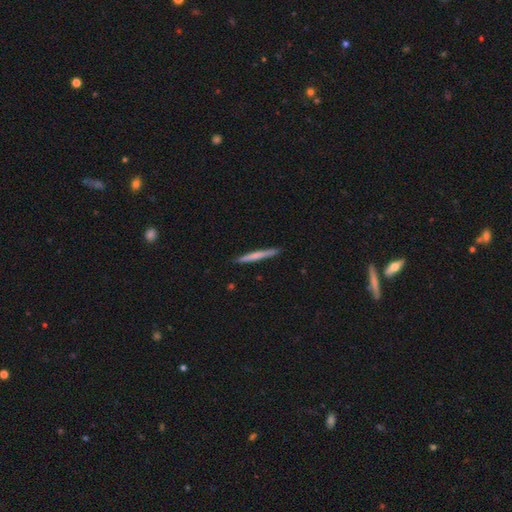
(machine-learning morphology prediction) smooth_or_featured: smooth (p=0.61) [alt: featured or disk p=0.33]
how_rounded: cigar-shaped (p=0.97) [alt: in between p=0.02]
merging: none (p=0.91) [alt: minor disturbance p=0.07]